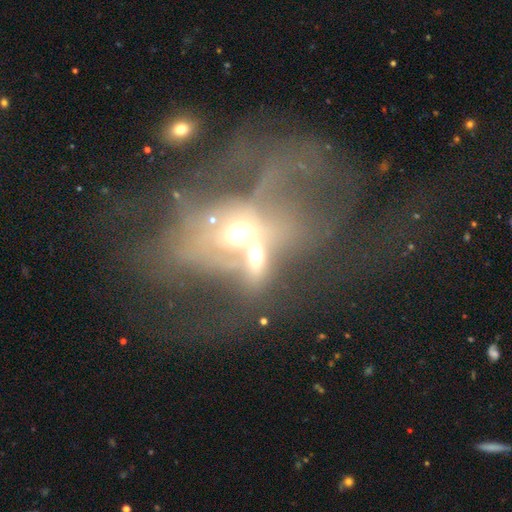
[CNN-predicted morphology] This appears to be a featured or disk galaxy (42%). Merging: merger (66%).